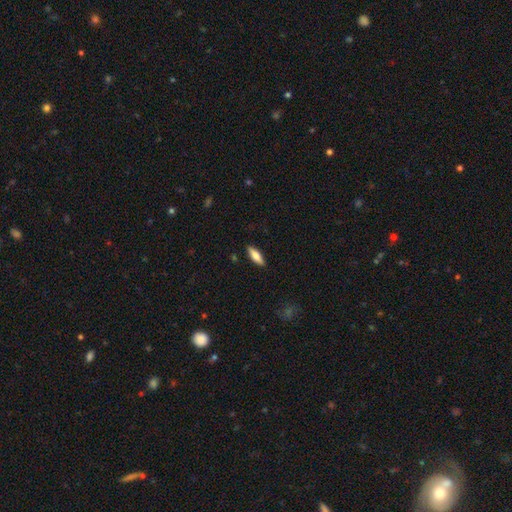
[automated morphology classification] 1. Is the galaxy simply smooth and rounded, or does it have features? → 72% smooth, 22% featured or disk, 6% star or artifact.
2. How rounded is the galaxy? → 52% in between, 45% cigar-shaped, 2% round.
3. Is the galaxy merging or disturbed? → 88% none, 9% minor disturbance, 2% major disturbance, 1% merger.